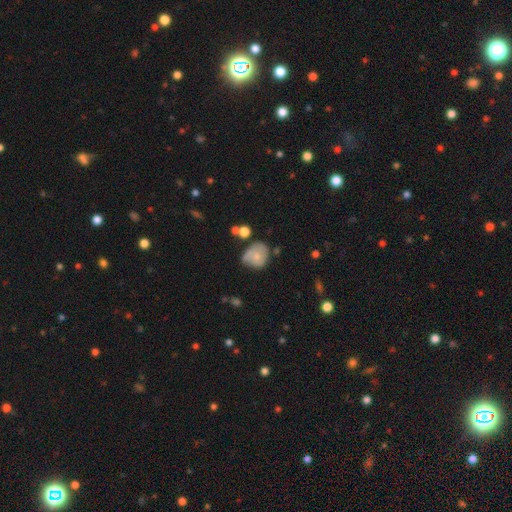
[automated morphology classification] Smooth or featured?
  - smooth: 59% *
  - featured or disk: 32%
  - star or artifact: 9%
How rounded?
  - round: 64% *
  - in between: 35%
  - cigar-shaped: 1%
Merging?
  - none: 40% *
  - minor disturbance: 37%
  - major disturbance: 15%
  - merger: 8%